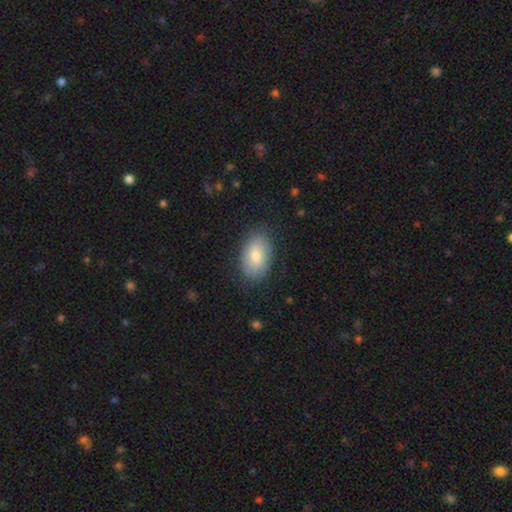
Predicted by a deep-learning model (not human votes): smooth_or_featured: smooth (p=0.77) [alt: featured or disk p=0.17]
how_rounded: in between (p=0.91) [alt: round p=0.08]
merging: none (p=0.81) [alt: minor disturbance p=0.14]